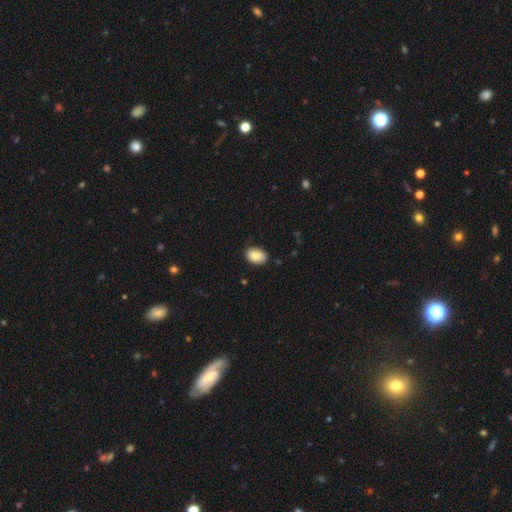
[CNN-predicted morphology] smooth-or-featured: smooth: 85% | featured or disk: 8% | star or artifact: 7%
  how-rounded: in between: 86% | round: 13% | cigar-shaped: 1%
  merging: none: 84% | minor disturbance: 12% | major disturbance: 2% | merger: 1%